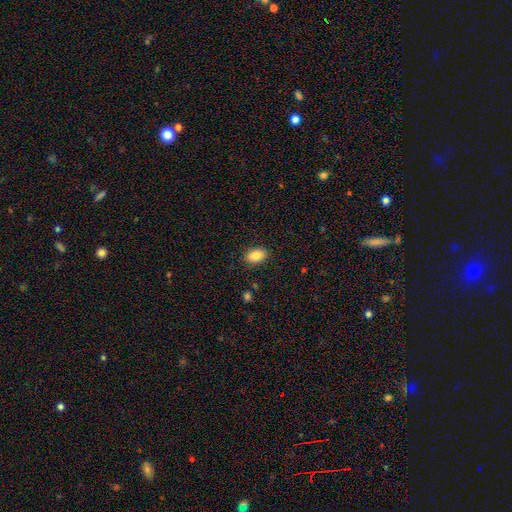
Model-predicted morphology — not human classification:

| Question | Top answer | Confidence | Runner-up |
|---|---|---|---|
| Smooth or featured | smooth | 86% | star or artifact (8%) |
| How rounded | in between | 87% | round (12%) |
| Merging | none | 88% | minor disturbance (9%) |